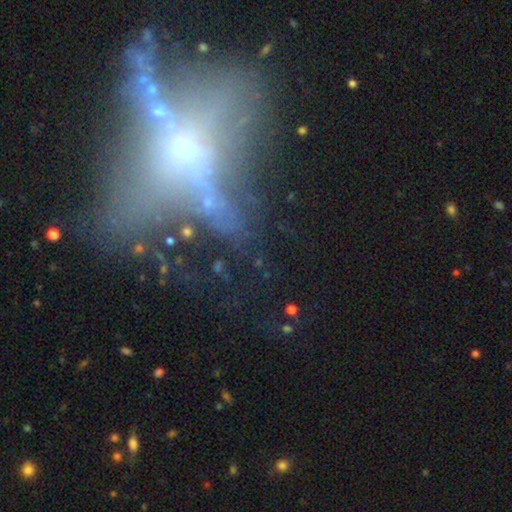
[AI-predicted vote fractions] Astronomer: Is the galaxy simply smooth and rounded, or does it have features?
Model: featured or disk — 53% (runner-up: star or artifact, 29%).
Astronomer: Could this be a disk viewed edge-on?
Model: no — 55% (runner-up: yes, 45%).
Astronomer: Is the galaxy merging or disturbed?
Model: none — 49% (runner-up: major disturbance, 24%).